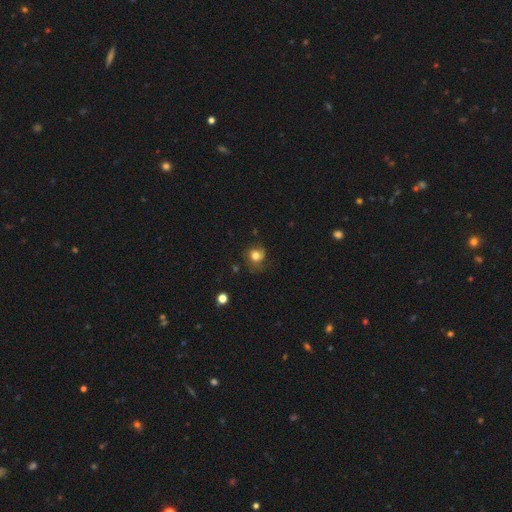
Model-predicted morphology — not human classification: smooth 72%, featured or disk 16%, star or artifact 12%. Down the decision tree: how rounded — round (77%); merging — none (57%).